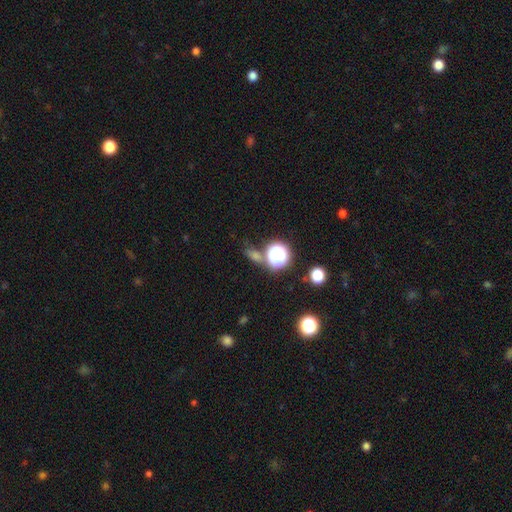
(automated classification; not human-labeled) The model was most divided on "smooth or featured": smooth: 47%, star or artifact: 42%, featured or disk: 10%. More confident: merging — none (65%).